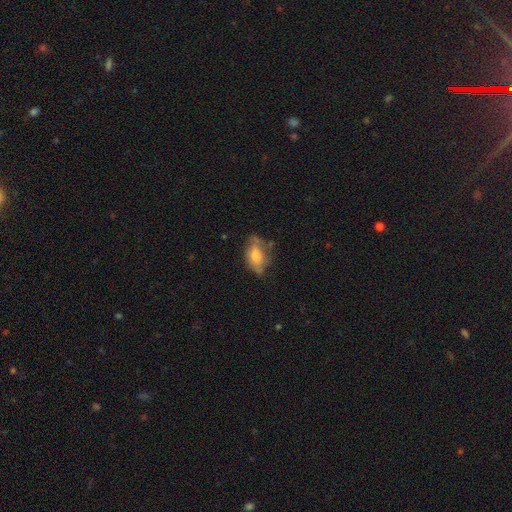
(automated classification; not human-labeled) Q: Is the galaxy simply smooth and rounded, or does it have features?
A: smooth — 54%.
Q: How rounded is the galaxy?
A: in between — 85%.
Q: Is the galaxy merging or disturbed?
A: none — 53%.